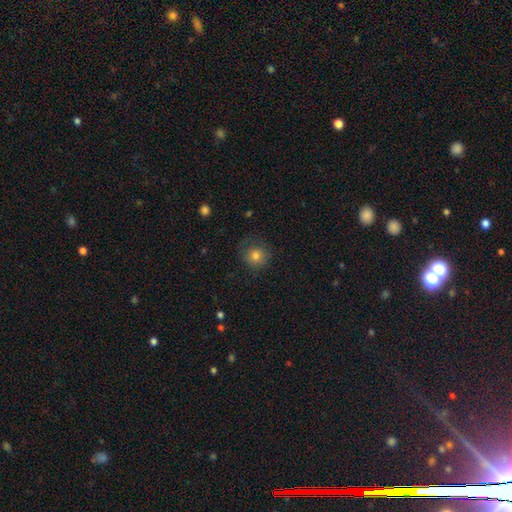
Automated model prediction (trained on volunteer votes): A smooth galaxy with no disk features (78%) that is round (89%). Merging: none (74%).